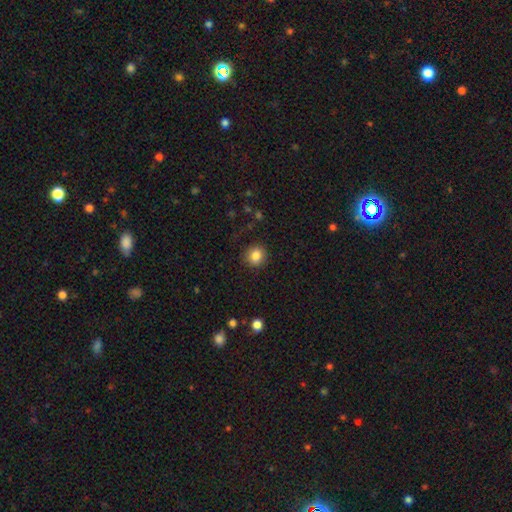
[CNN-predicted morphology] A smooth galaxy with no disk features (84%) that is round (85%).

Vote fractions:
- Smooth or featured? smooth: 84% / star or artifact: 10% / featured or disk: 5%
- How rounded? round: 85% / in between: 14% / cigar-shaped: 1%
- Merging? none: 87% / minor disturbance: 9% / major disturbance: 3% / merger: 1%